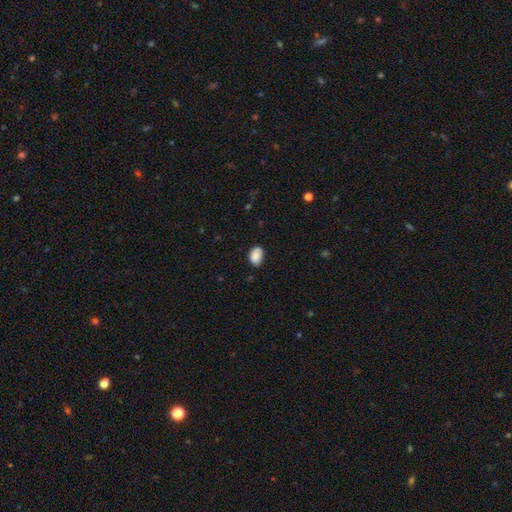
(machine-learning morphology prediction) Smooth or featured? Predicted: smooth (p=0.85). How rounded? Predicted: in between (p=0.84). Merging? Predicted: none (p=0.71).